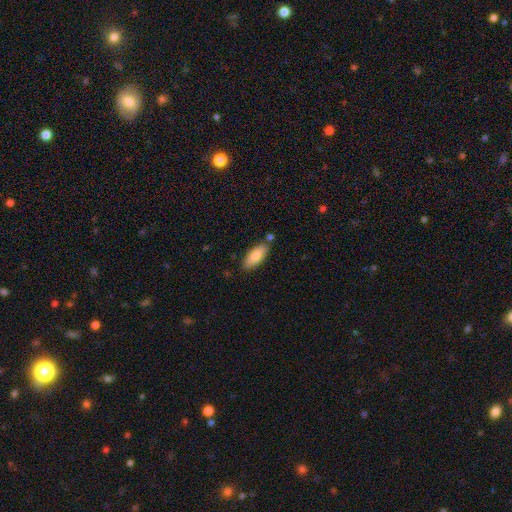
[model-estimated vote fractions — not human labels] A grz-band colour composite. It shows a smooth galaxy with no disk features (82%) that is in between round and cigar-shaped (80%). Merging: none (80%).